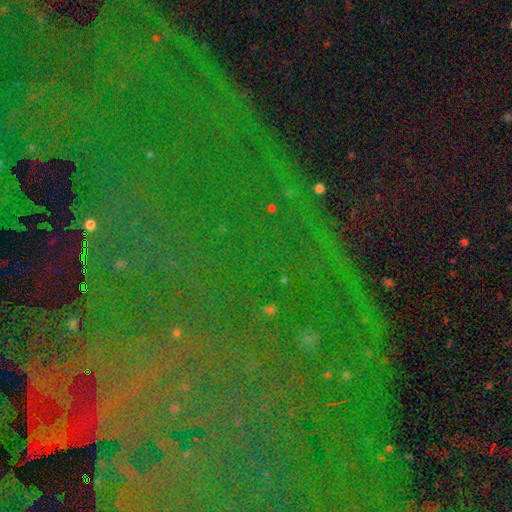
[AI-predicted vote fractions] Smooth or featured: star or artifact — 81% (featured or disk — 10%)